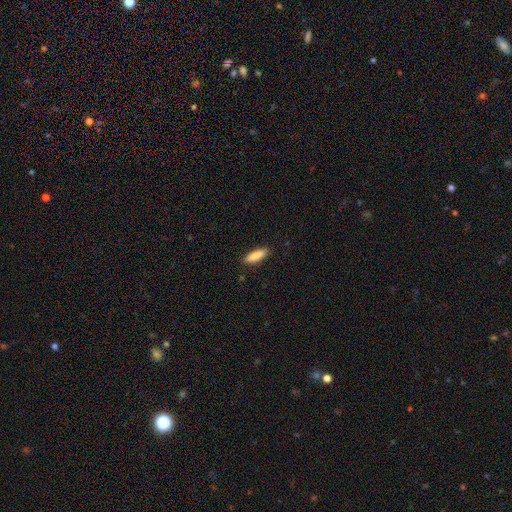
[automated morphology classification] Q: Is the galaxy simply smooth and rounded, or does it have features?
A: smooth — 87%.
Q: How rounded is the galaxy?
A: cigar-shaped — 58%.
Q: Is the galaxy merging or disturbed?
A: none — 89%.